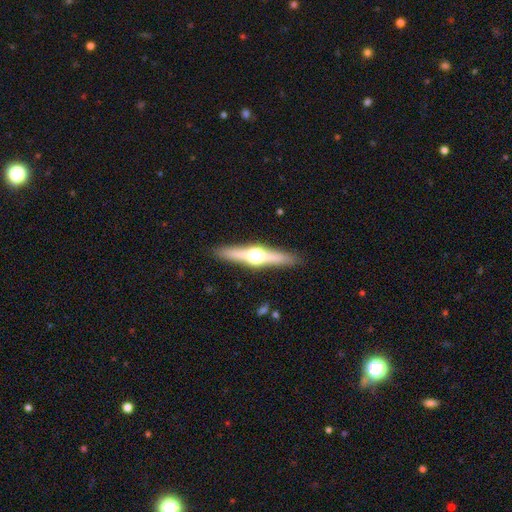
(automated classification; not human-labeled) smooth-or-featured: featured or disk: 72% | smooth: 22% | star or artifact: 5%
  disk-edge-on: yes: 97% | no: 3%
    edge-on-bulge: rounded: 96% | boxy: 3% | none: 2%
  merging: none: 90% | minor disturbance: 7% | major disturbance: 2% | merger: 1%